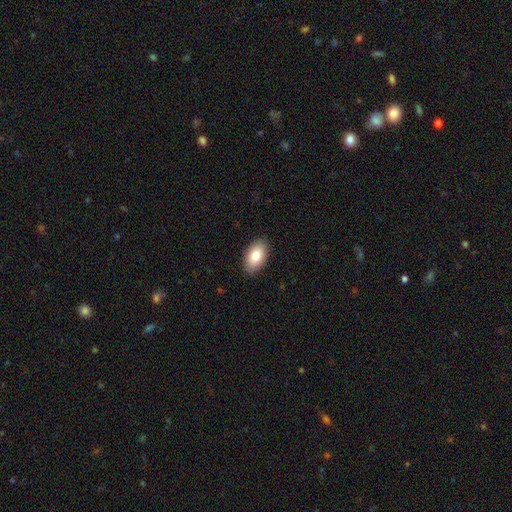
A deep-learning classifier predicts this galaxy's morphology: Smooth or featured: smooth — 82% (featured or disk — 11%)
How rounded: in between — 94% (round — 5%)
Merging: none — 89% (minor disturbance — 9%)